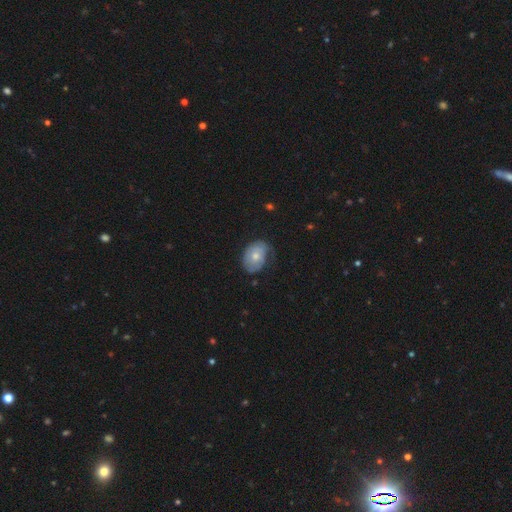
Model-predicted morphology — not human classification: Q: Smooth or featured?
A: smooth (49%); runner-up: featured or disk (44%)
Q: Merging?
A: none (57%); runner-up: minor disturbance (31%)